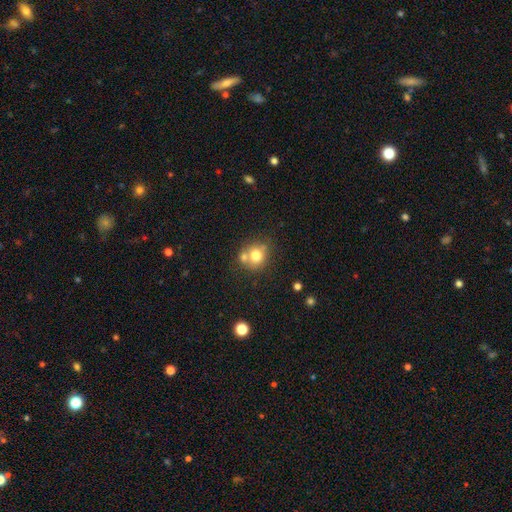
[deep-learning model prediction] Q: Smooth or featured?
A: smooth (73%); runner-up: featured or disk (15%)
Q: How rounded?
A: round (78%); runner-up: in between (21%)
Q: Merging?
A: none (51%); runner-up: merger (33%)